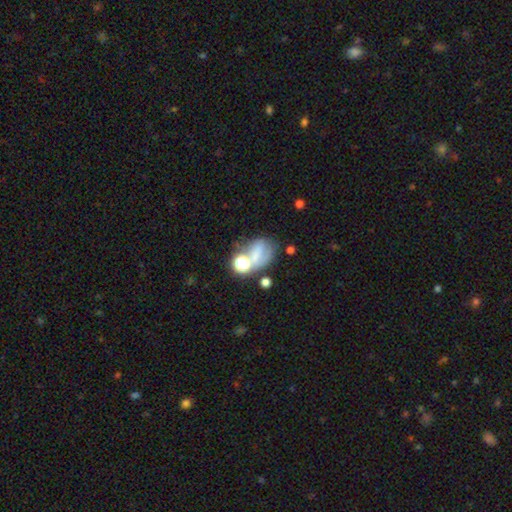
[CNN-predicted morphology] type=smooth (48%); merging=none (34%).